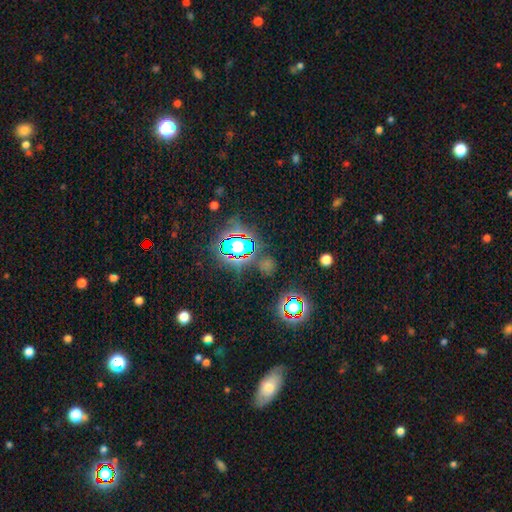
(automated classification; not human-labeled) Morphology: type=star or artifact (78%).